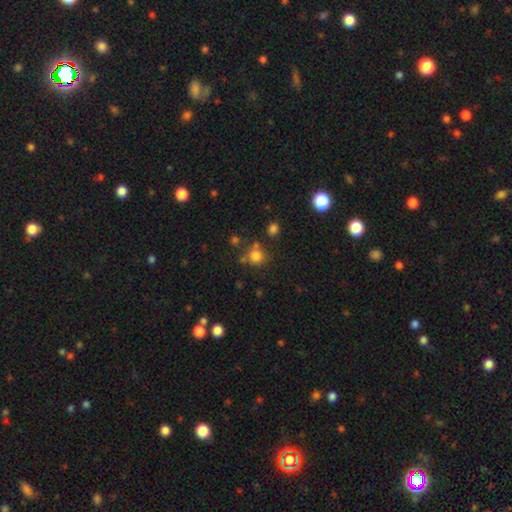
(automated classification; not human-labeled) smooth 78%, star or artifact 15%, featured or disk 7%. Down the decision tree: how rounded — round (89%); merging — none (71%).